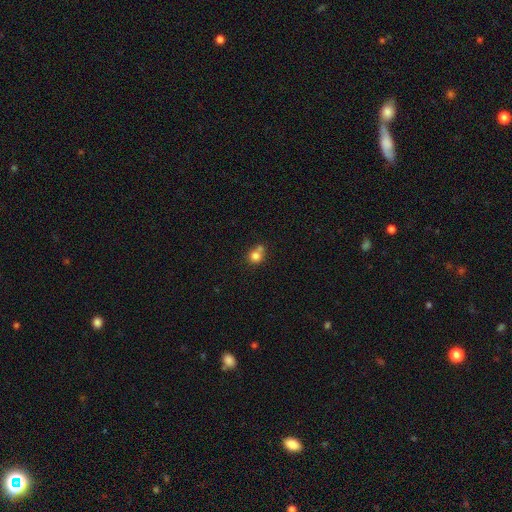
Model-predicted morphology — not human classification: A smooth galaxy with no disk features (79%) that is round (79%).

Vote fractions:
- Smooth or featured? smooth: 79% / star or artifact: 11% / featured or disk: 9%
- How rounded? round: 79% / in between: 20% / cigar-shaped: 1%
- Merging? none: 46% / merger: 36% / minor disturbance: 13% / major disturbance: 5%